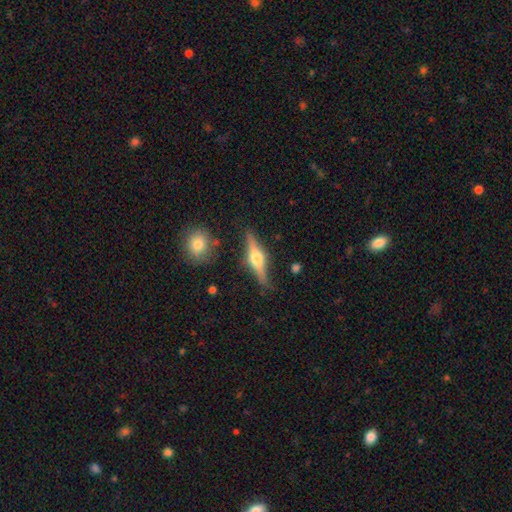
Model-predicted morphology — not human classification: The model was most divided on "smooth or featured": featured or disk: 74%, smooth: 20%, star or artifact: 6%. More confident: edge-on disk — yes (97%); edge-on bulge — rounded (95%); merging — none (85%).